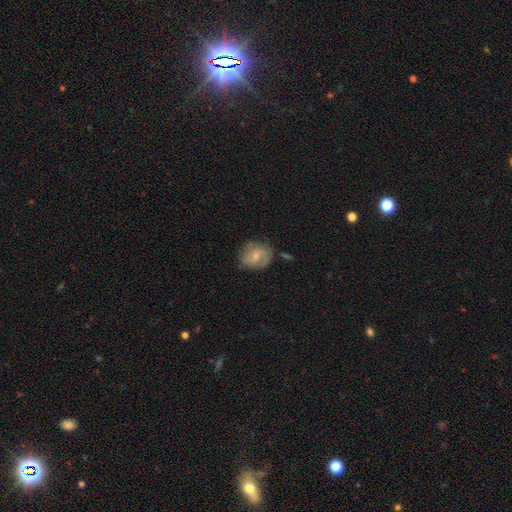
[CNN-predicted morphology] A smooth galaxy with no disk features (51%) that is round (72%).

Vote fractions:
- Smooth or featured? smooth: 51% / featured or disk: 41% / star or artifact: 8%
- How rounded? round: 72% / in between: 27% / cigar-shaped: 1%
- Merging? none: 66% / minor disturbance: 23% / major disturbance: 8% / merger: 3%